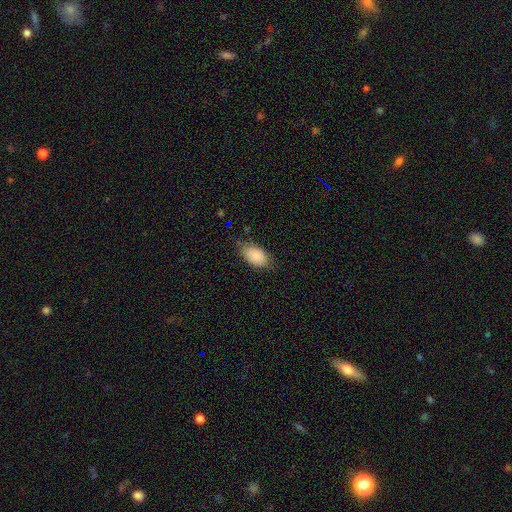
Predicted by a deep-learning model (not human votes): Q: Smooth or featured?
A: smooth (85%); runner-up: featured or disk (8%)
Q: How rounded?
A: in between (93%); runner-up: round (5%)
Q: Merging?
A: none (68%); runner-up: minor disturbance (24%)